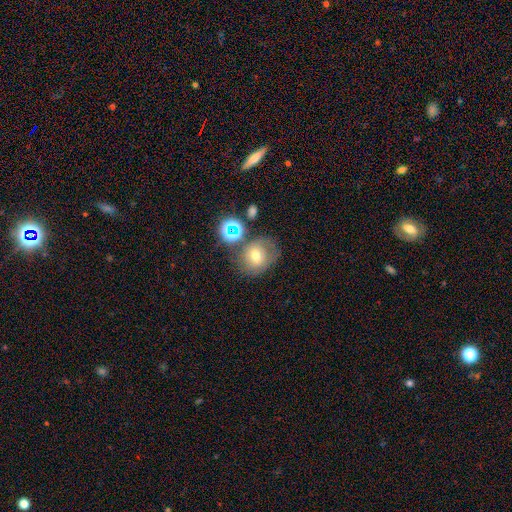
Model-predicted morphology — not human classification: Smooth or featured: smooth — 61% (featured or disk — 21%)
How rounded: round — 67% (in between — 32%)
Merging: none — 57% (minor disturbance — 18%)